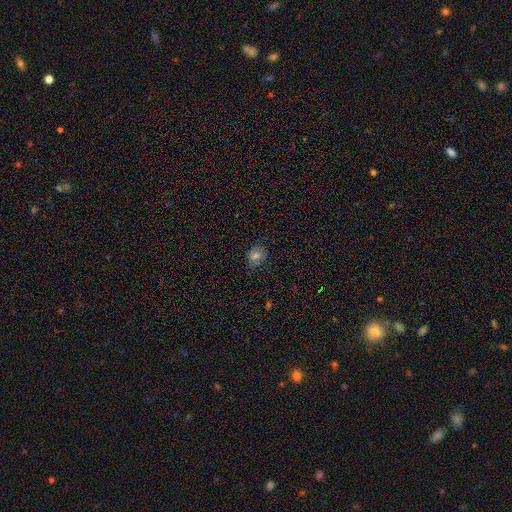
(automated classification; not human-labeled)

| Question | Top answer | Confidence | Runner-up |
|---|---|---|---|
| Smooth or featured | smooth | 62% | star or artifact (26%) |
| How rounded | round | 61% | in between (37%) |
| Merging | none | 80% | minor disturbance (15%) |